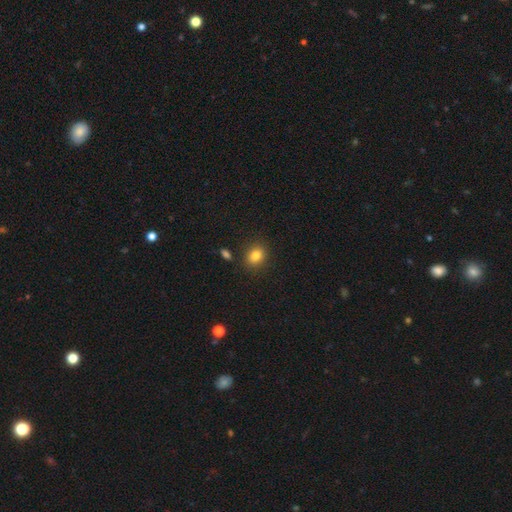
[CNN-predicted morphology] smooth-or-featured: smooth: 82% | star or artifact: 10% | featured or disk: 7%
  how-rounded: in between: 50% | round: 49% | cigar-shaped: 1%
  merging: none: 84% | minor disturbance: 9% | merger: 4% | major disturbance: 3%